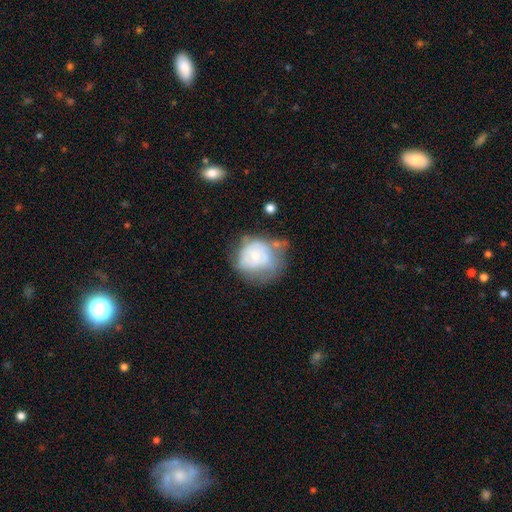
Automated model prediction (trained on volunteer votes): A smooth galaxy with no disk features (47%).

Vote fractions:
- Smooth or featured? smooth: 47% / featured or disk: 45% / star or artifact: 8%
- Merging? minor disturbance: 31% / none: 30% / major disturbance: 29% / merger: 10%